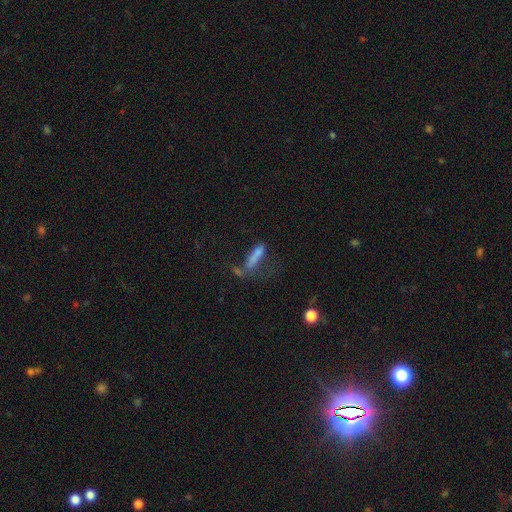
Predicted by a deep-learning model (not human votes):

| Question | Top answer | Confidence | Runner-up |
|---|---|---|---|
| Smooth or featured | smooth | 68% | featured or disk (19%) |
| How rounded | cigar-shaped | 68% | in between (29%) |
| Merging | none | 30% | major disturbance (29%) |